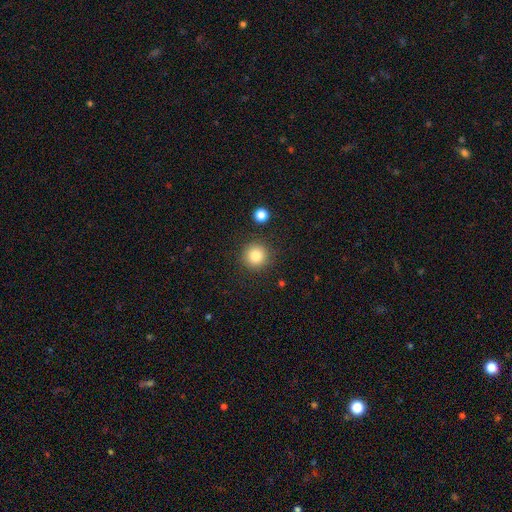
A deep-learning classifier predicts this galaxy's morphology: type=smooth (82%); roundness=round (95%); merging=none (88%).